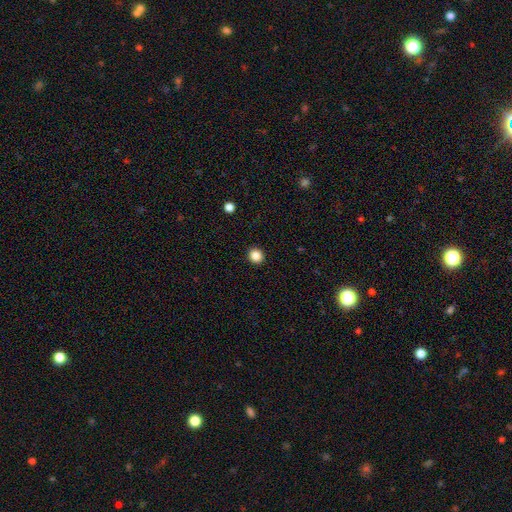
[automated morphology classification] Smooth or featured: smooth — 86% (star or artifact — 11%)
How rounded: round — 87% (in between — 12%)
Merging: none — 93% (minor disturbance — 5%)